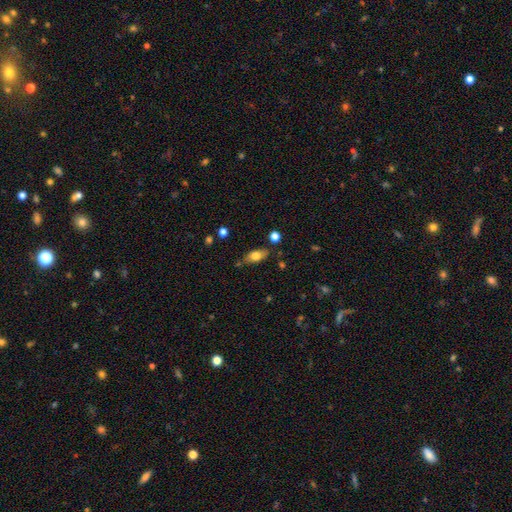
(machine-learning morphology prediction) Smooth or featured?
  - smooth: 70% *
  - featured or disk: 22%
  - star or artifact: 8%
How rounded?
  - in between: 81% *
  - cigar-shaped: 13%
  - round: 6%
Merging?
  - none: 72% *
  - minor disturbance: 19%
  - merger: 5%
  - major disturbance: 4%